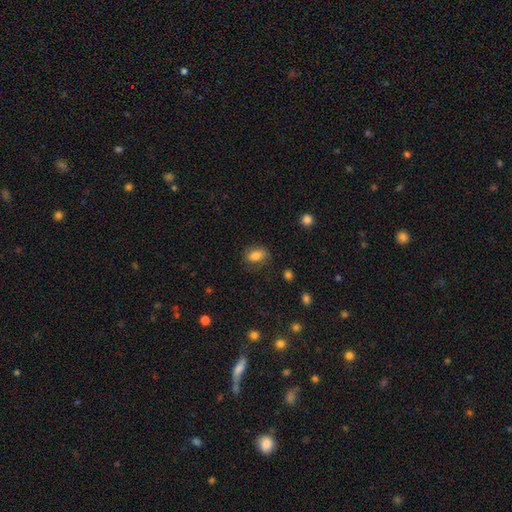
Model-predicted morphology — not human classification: This appears to be a smooth galaxy with no disk features (82%) that is in between round and cigar-shaped (80%). Merging: none (75%).